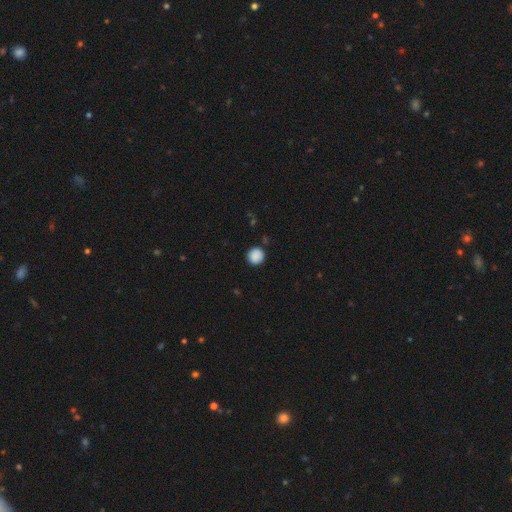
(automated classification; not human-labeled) Overall: smooth (88%). How rounded: round (94%). Merging: none (89%).